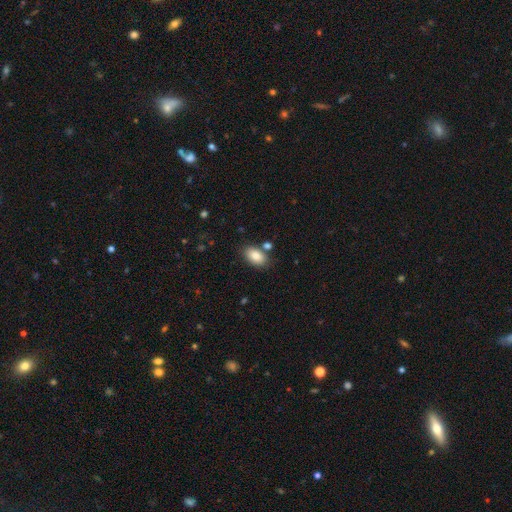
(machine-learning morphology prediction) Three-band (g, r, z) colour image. It shows a smooth galaxy with no disk features (84%) that is in between round and cigar-shaped (92%). Merging: none (77%).